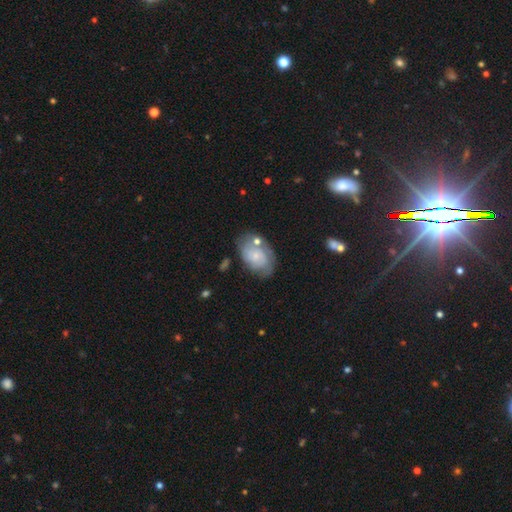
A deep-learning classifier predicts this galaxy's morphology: A featured or disk galaxy (55%) with no bar (76%), spiral arms (78%) and a small central bulge (72%).

Vote fractions:
- Smooth or featured? featured or disk: 55% / smooth: 38% / star or artifact: 7%
- Edge-on disk? no: 97% / yes: 3%
- Bar? no: 76% / weak: 21% / strong: 3%
- Spiral arms? yes: 78% / no: 22%
- Bulge size? small: 72% / moderate: 18% / none: 7% / large: 2% / dominant: 1%
- Merging? none: 59% / minor disturbance: 23% / merger: 9% / major disturbance: 9%